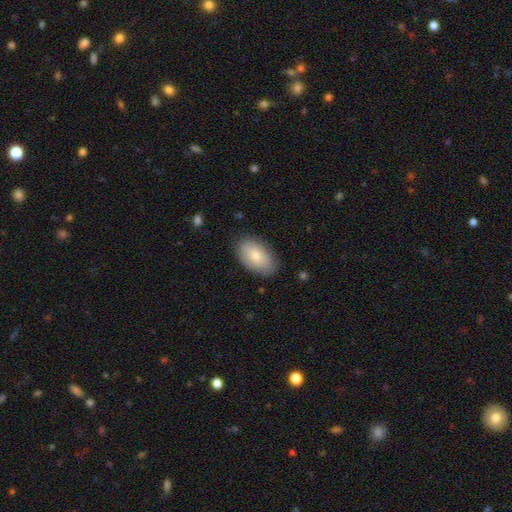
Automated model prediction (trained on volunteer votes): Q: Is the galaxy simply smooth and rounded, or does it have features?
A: smooth — 78%.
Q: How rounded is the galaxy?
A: in between — 93%.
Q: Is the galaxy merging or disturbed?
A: none — 83%.